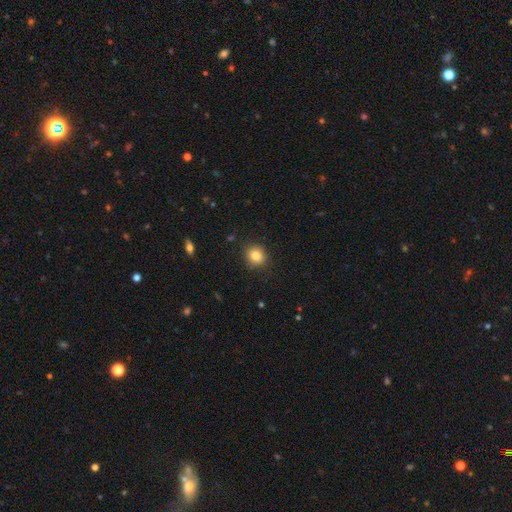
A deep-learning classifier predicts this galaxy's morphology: smooth-or-featured: smooth: 84% | star or artifact: 10% | featured or disk: 6%
  how-rounded: round: 77% | in between: 22% | cigar-shaped: 1%
  merging: none: 87% | minor disturbance: 10% | major disturbance: 2% | merger: 1%